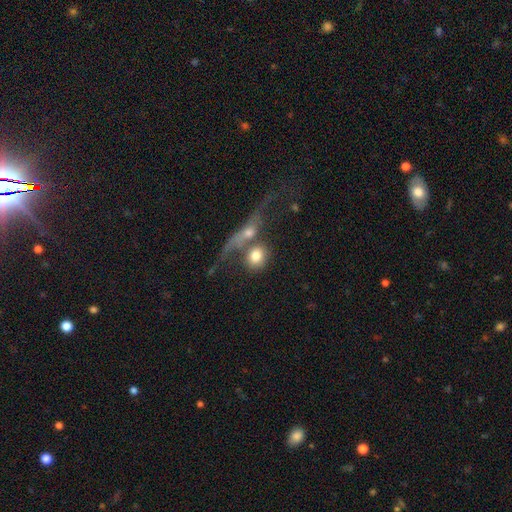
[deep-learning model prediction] A smooth galaxy with no disk features (69%) that is round (70%).

Vote fractions:
- Smooth or featured? smooth: 69% / featured or disk: 22% / star or artifact: 8%
- How rounded? round: 70% / in between: 26% / cigar-shaped: 4%
- Merging? merger: 53% / none: 24% / major disturbance: 14% / minor disturbance: 9%